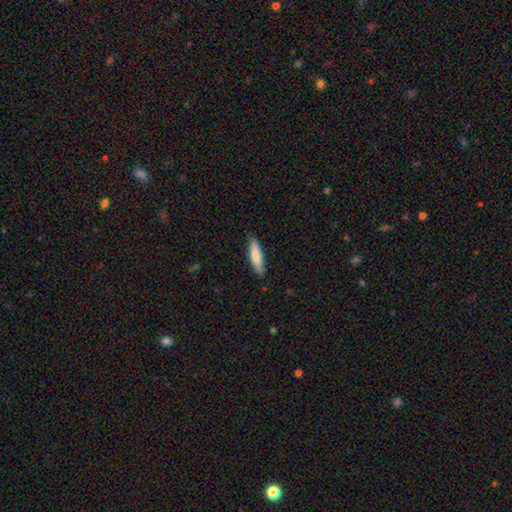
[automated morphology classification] Overall: smooth (79%). How rounded: cigar-shaped (75%). Merging: none (85%).